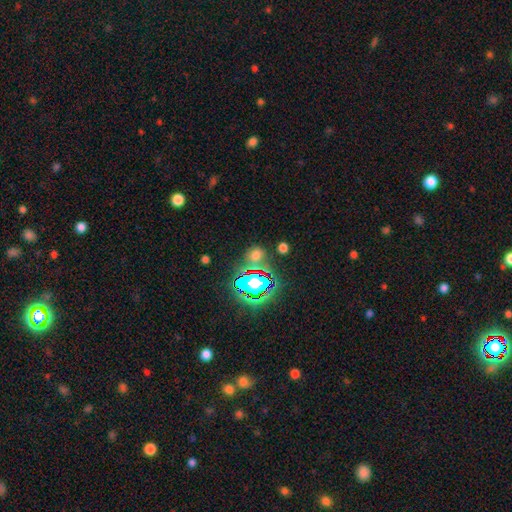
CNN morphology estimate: This is possibly a smooth galaxy (53%). How rounded: likely round (62%). Merging: likely none (70%).